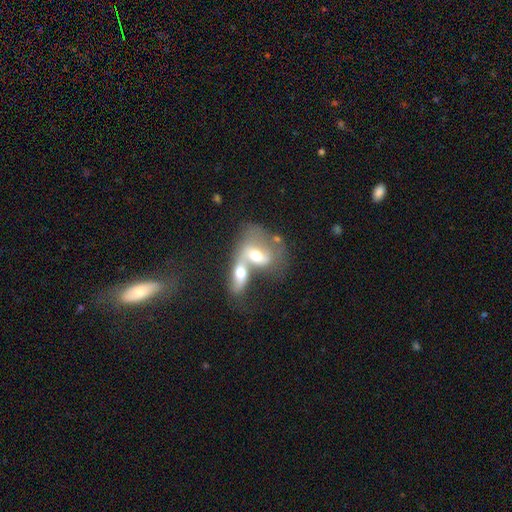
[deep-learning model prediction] featured or disk 49%, smooth 43%, star or artifact 8%. Down the decision tree: merging — merger (77%).